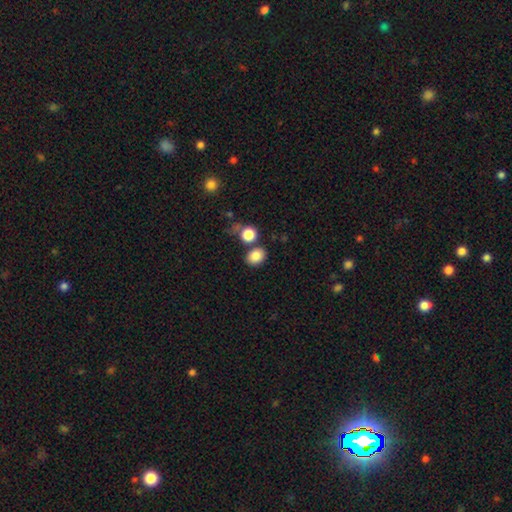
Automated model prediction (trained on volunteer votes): Q: Smooth or featured?
A: smooth (84%); runner-up: star or artifact (10%)
Q: How rounded?
A: in between (53%); runner-up: round (46%)
Q: Merging?
A: none (72%); runner-up: merger (14%)